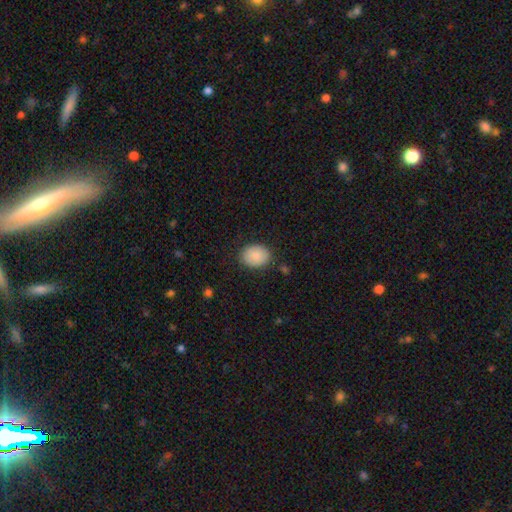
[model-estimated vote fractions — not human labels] Overall: smooth (86%). How rounded: in between (59%; round 40%). Merging: none (84%).